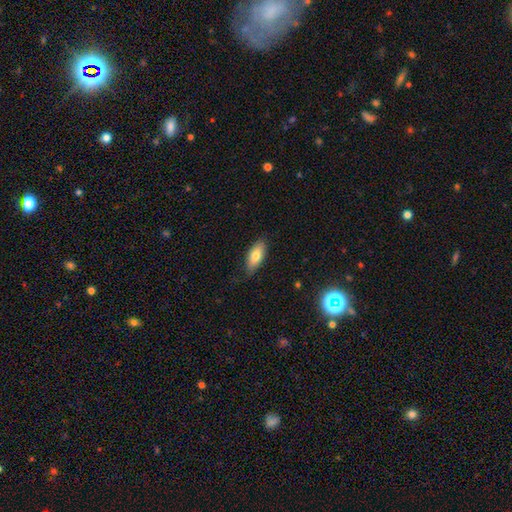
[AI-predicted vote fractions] smooth_or_featured: smooth (p=0.75) [alt: featured or disk p=0.18]
how_rounded: in between (p=0.82) [alt: cigar-shaped p=0.15]
merging: none (p=0.80) [alt: minor disturbance p=0.16]